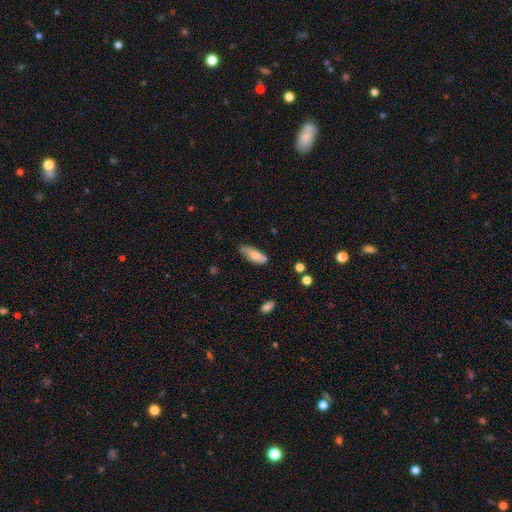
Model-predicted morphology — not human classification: smooth_or_featured: smooth (p=0.70) [alt: featured or disk p=0.24]
how_rounded: in between (p=0.75) [alt: cigar-shaped p=0.22]
merging: none (p=0.60) [alt: minor disturbance p=0.30]